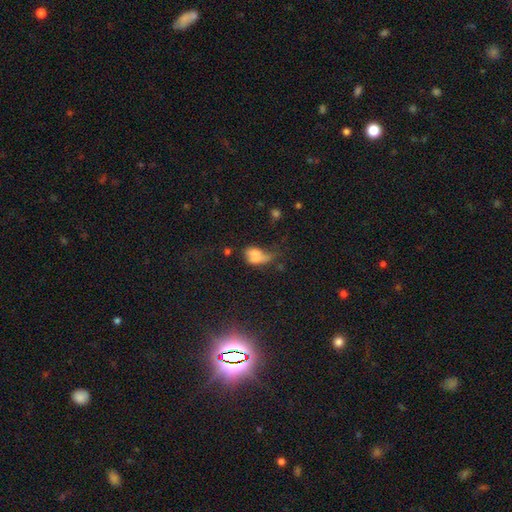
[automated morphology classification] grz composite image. It shows a smooth galaxy with no disk features (62%) that is in between round and cigar-shaped (82%). Merging: major disturbance (37%).